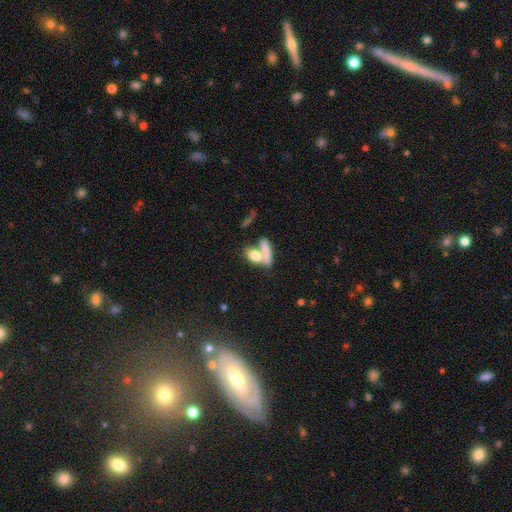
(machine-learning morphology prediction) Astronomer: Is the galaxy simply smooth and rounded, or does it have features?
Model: smooth — 76%.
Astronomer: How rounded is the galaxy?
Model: in between — 71%.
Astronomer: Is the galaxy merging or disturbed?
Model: merger — 45% (runner-up: none, 39%).